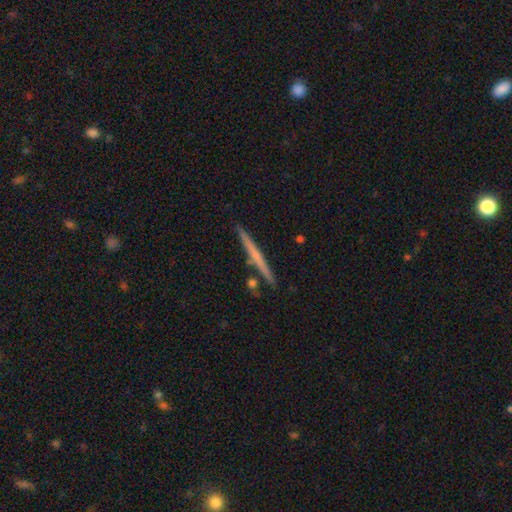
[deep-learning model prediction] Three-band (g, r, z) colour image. It shows a featured or disk galaxy (50%) viewed edge-on (97%). Merging: none (87%).